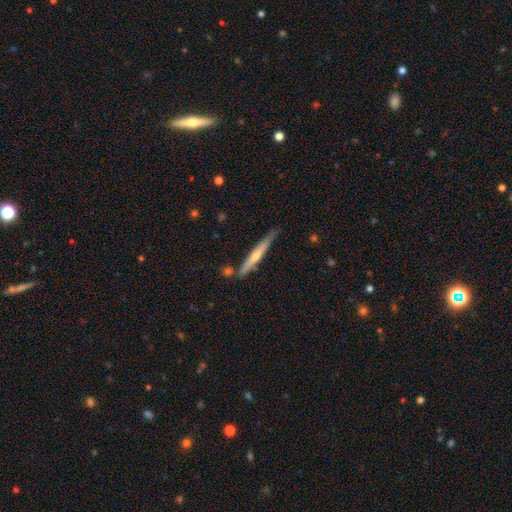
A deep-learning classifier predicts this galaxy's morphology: Overall: featured or disk (52%; smooth 43%). Edge-on disk: yes (95%). Merging: none (74%).